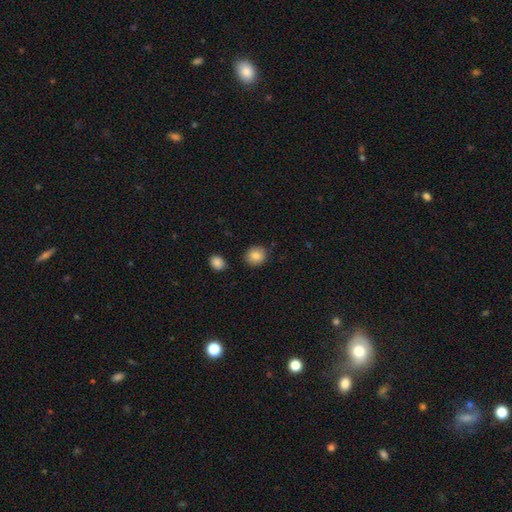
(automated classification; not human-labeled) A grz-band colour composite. It shows a smooth galaxy with no disk features (84%) that is round (81%). Merging: none (85%).